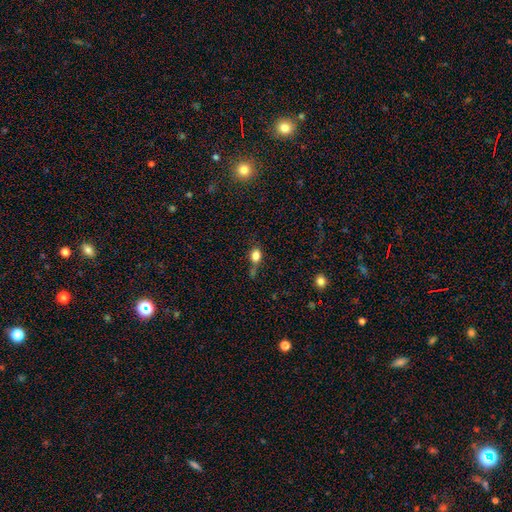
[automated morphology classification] This appears to be a smooth galaxy with no disk features (80%) that is in between round and cigar-shaped (50%). Merging: none (50%).